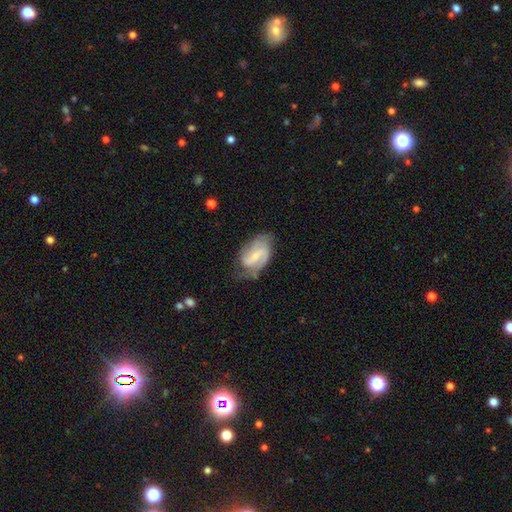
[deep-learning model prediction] Smooth or featured? Predicted: featured or disk (p=0.75). Edge-on disk? Predicted: no (p=0.97). Bar? Predicted: weak (p=0.51). Spiral arms? Predicted: yes (p=0.92). Spiral winding? Predicted: medium (p=0.47). Spiral arm count? Predicted: 2 (p=0.69). Bulge size? Predicted: small (p=0.58). Merging? Predicted: none (p=0.58).